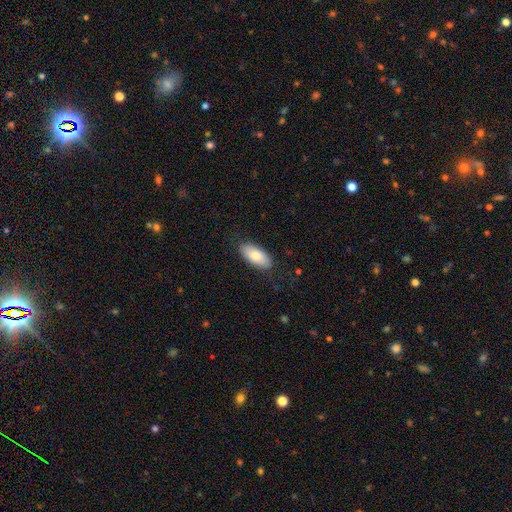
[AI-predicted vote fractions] Overall: smooth (80%). How rounded: in between (89%). Merging: none (84%).